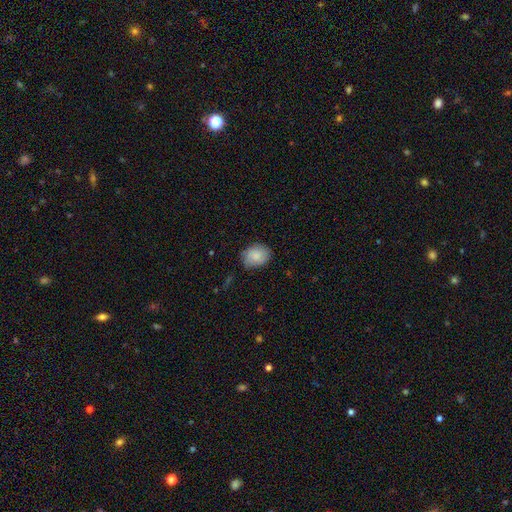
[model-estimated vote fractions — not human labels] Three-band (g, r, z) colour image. It shows a smooth galaxy with no disk features (82%) that is in between round and cigar-shaped (57%). Merging: none (75%).